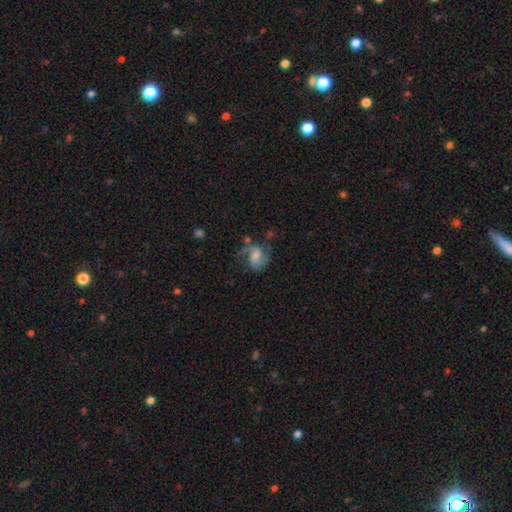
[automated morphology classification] Q: Smooth or featured?
A: featured or disk (66%); runner-up: smooth (25%)
Q: Edge-on disk?
A: no (98%); runner-up: yes (2%)
Q: Bar?
A: weak (46%); runner-up: no (40%)
Q: Spiral arms?
A: yes (90%); runner-up: no (10%)
Q: Spiral winding?
A: medium (48%); runner-up: loose (38%)
Q: Spiral arm count?
A: 2 (81%); runner-up: 1 (8%)
Q: Bulge size?
A: moderate (36%); runner-up: small (23%)
Q: Merging?
A: none (48%); runner-up: minor disturbance (24%)